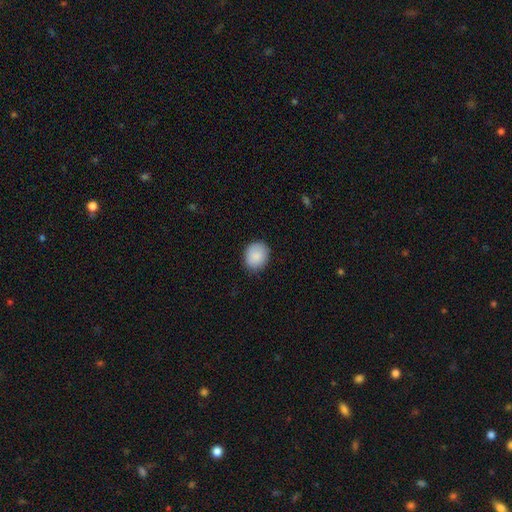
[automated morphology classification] smooth_or_featured: smooth (p=0.89) [alt: star or artifact p=0.07]
how_rounded: round (p=0.54) [alt: in between p=0.45]
merging: none (p=0.84) [alt: minor disturbance p=0.13]